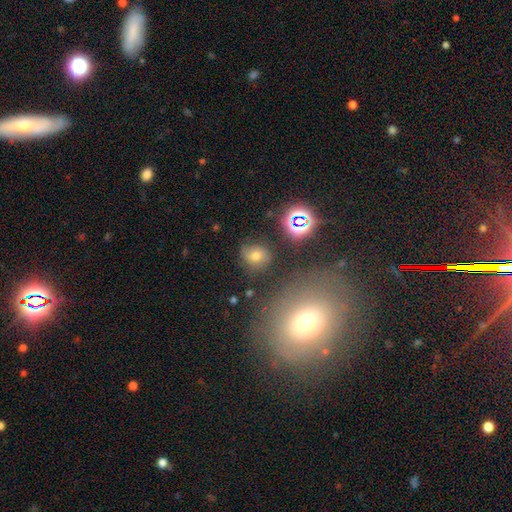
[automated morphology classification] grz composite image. It shows a smooth galaxy with no disk features (60%) that is round (72%). Merging: none (71%).